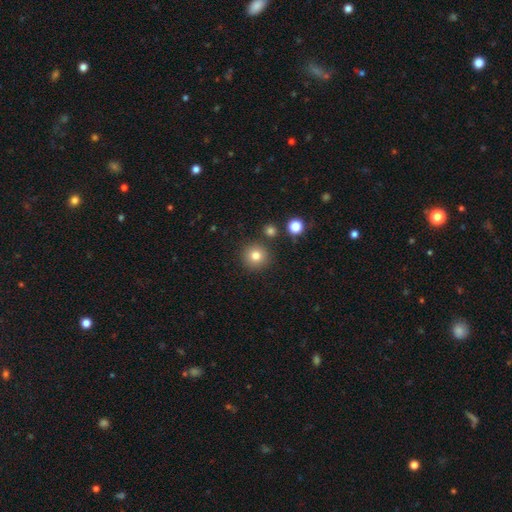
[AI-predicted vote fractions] The model was most divided on "smooth or featured": smooth: 80%, star or artifact: 12%, featured or disk: 7%. More confident: how rounded — round (95%); merging — none (87%).